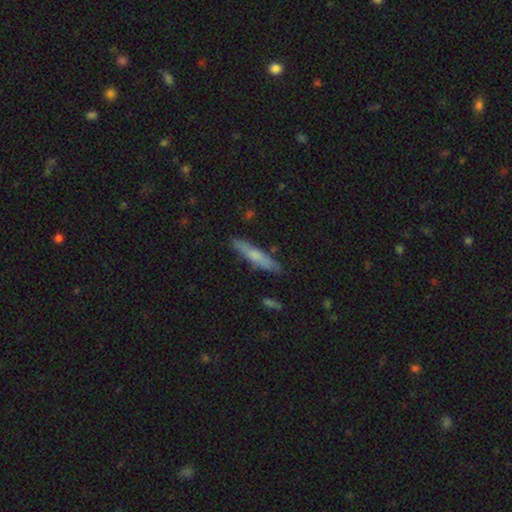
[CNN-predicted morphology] type=smooth (58%); roundness=cigar-shaped (91%); merging=none (86%).